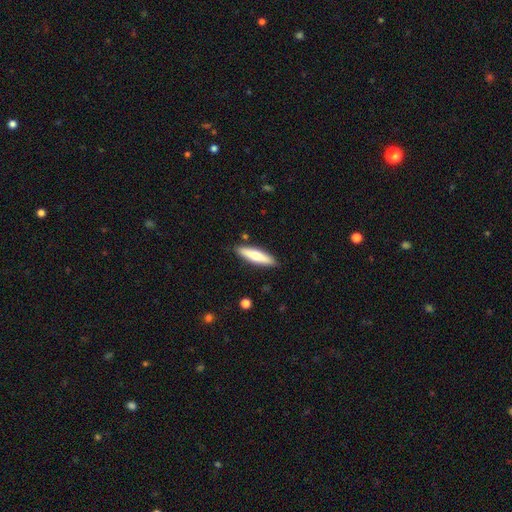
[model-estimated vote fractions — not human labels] smooth 62%, featured or disk 33%, star or artifact 5%. Down the decision tree: how rounded — cigar-shaped (73%); merging — none (89%).